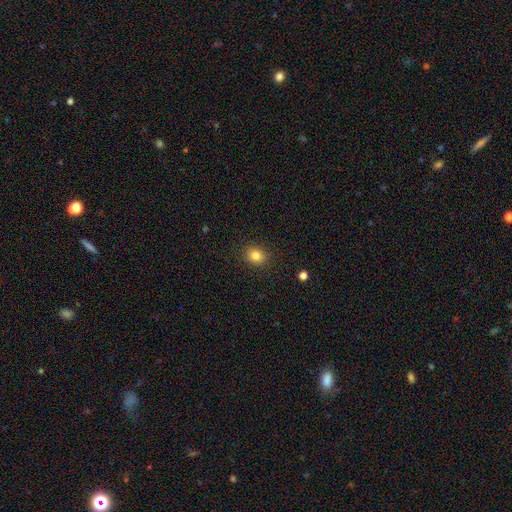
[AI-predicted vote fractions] Overall: smooth (83%). How rounded: round (66%; in between 33%). Merging: none (89%).